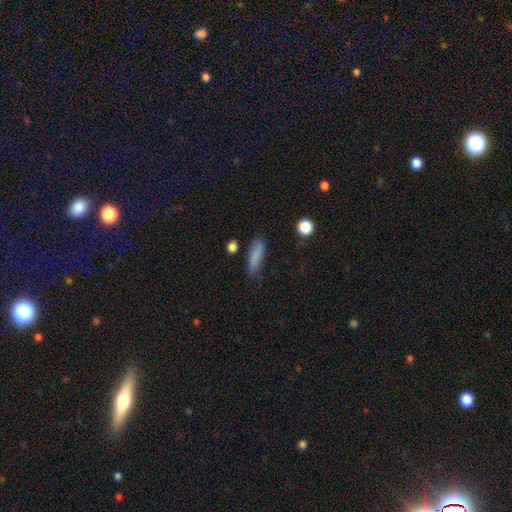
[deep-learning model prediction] The model was most divided on "how rounded": in between: 50%, cigar-shaped: 47%, round: 3%. More confident: smooth or featured — smooth (84%); merging — none (73%).